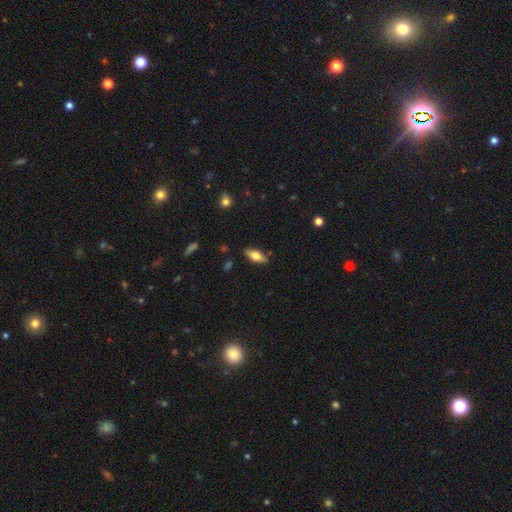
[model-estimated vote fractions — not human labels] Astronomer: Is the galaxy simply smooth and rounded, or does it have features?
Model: smooth — 63%.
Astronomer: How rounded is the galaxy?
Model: in between — 76%.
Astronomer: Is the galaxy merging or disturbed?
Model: none — 87%.